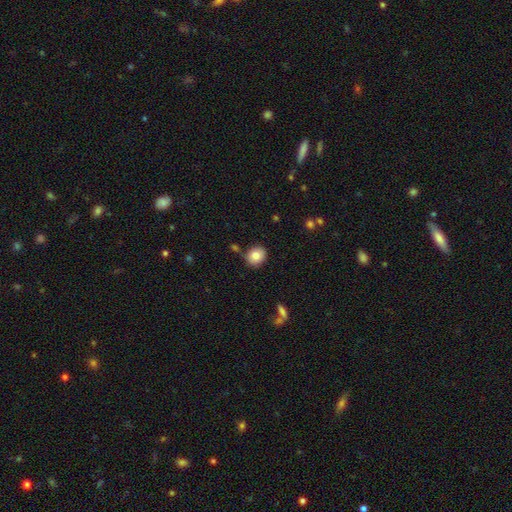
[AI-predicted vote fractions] Smooth or featured: smooth — 82% (featured or disk — 9%)
How rounded: round — 68% (in between — 31%)
Merging: none — 82% (minor disturbance — 11%)